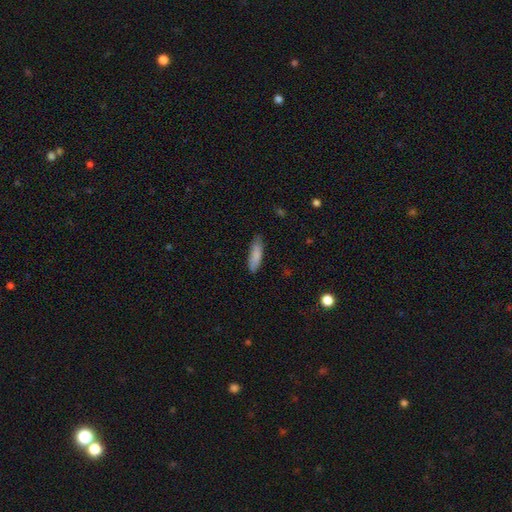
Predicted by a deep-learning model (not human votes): smooth 85%, featured or disk 9%, star or artifact 6%. Down the decision tree: how rounded — cigar-shaped (54%); merging — none (77%).